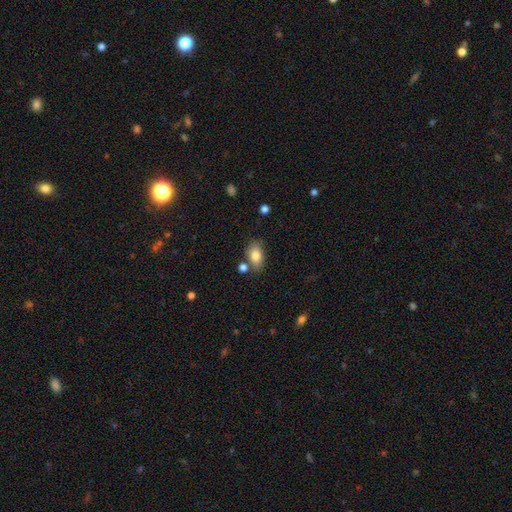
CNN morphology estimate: type=smooth (82%); roundness=in between (89%); merging=none (72%).